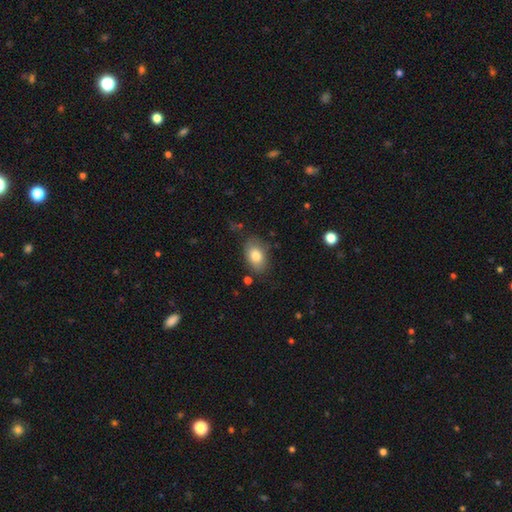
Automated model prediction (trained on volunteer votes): This appears to be a smooth galaxy with no disk features (80%) that is in between round and cigar-shaped (87%). Merging: none (76%).